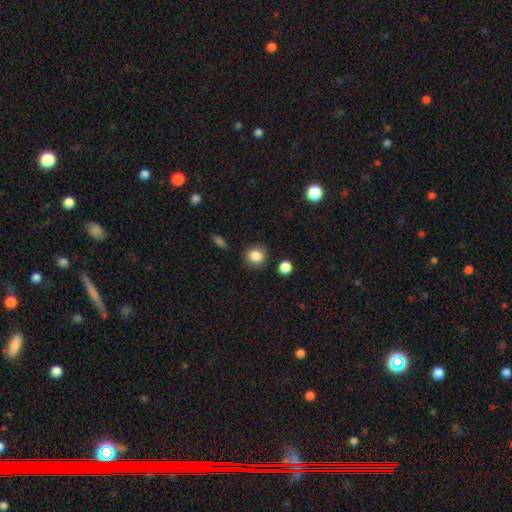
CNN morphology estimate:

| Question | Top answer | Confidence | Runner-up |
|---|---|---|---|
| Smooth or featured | smooth | 86% | star or artifact (9%) |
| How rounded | round | 88% | in between (11%) |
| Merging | none | 85% | minor disturbance (9%) |